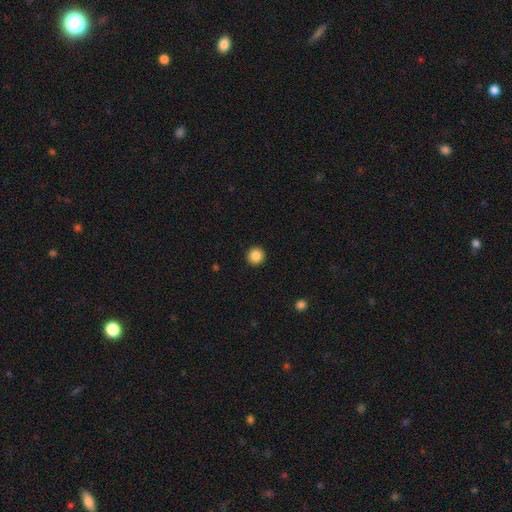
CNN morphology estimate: Smooth or featured? smooth (87%)
How rounded? round (95%)
Merging? none (93%)